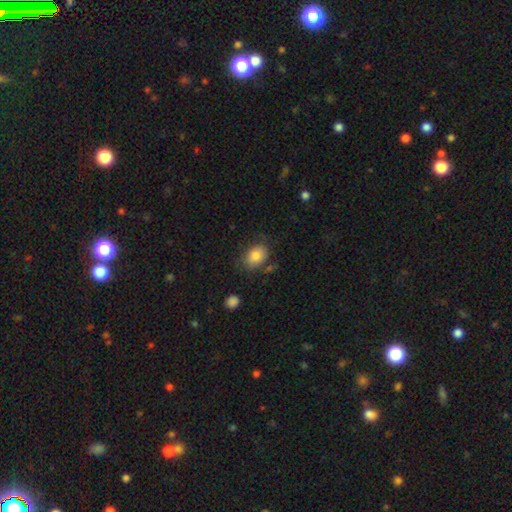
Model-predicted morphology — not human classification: Overall: smooth (82%). How rounded: in between (72%). Merging: none (73%).